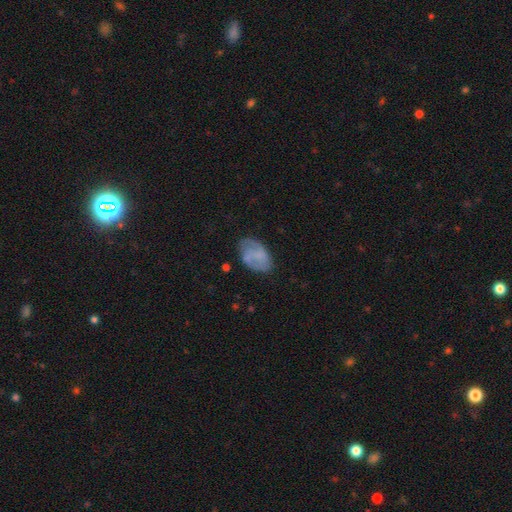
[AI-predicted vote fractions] Smooth or featured: smooth — 50% (featured or disk — 42%)
How rounded: in between — 91% (round — 8%)
Merging: none — 65% (minor disturbance — 24%)